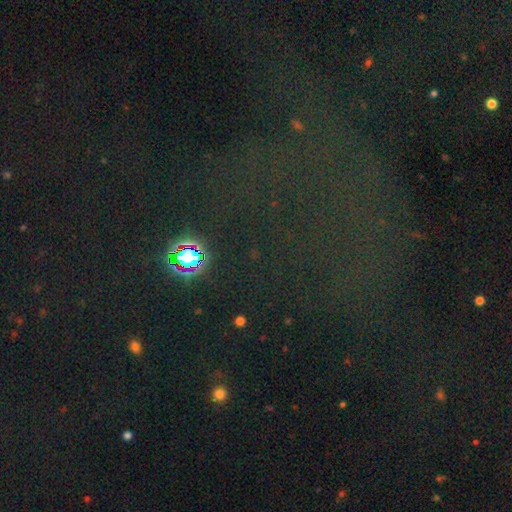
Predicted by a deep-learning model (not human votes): Smooth or featured? star or artifact (73%)